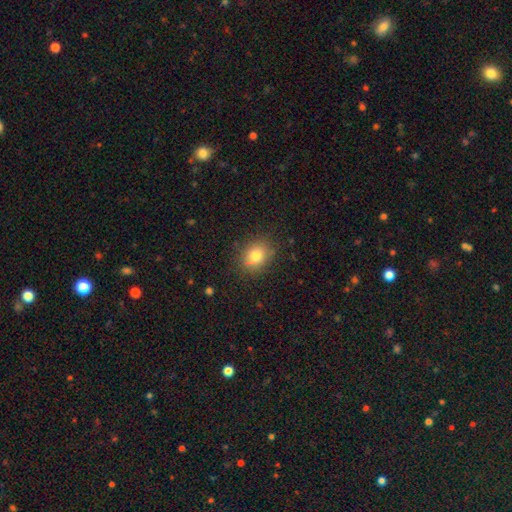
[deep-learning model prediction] This is clearly a smooth galaxy (80%). How rounded: possibly round (52%). Merging: clearly none (83%).